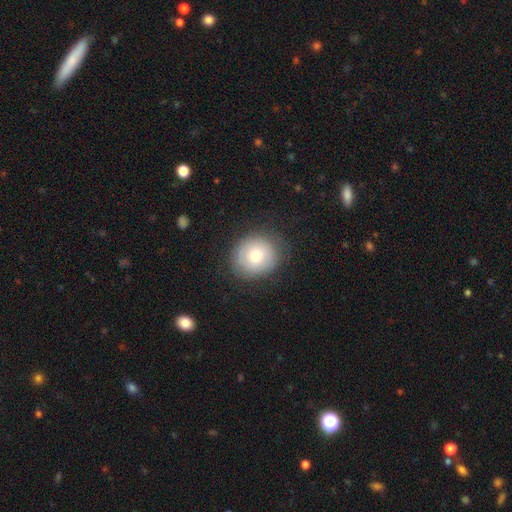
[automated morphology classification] smooth_or_featured: smooth (p=0.71) [alt: featured or disk p=0.19]
how_rounded: round (p=0.82) [alt: in between p=0.17]
merging: none (p=0.82) [alt: minor disturbance p=0.12]